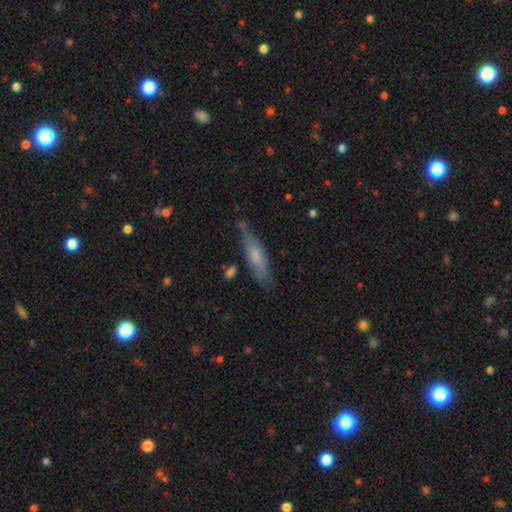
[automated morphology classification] A smooth galaxy with no disk features (57%) that is cigar-shaped (65%).

Vote fractions:
- Smooth or featured? smooth: 57% / featured or disk: 36% / star or artifact: 7%
- How rounded? cigar-shaped: 65% / in between: 33% / round: 2%
- Merging? none: 67% / minor disturbance: 23% / major disturbance: 6% / merger: 4%